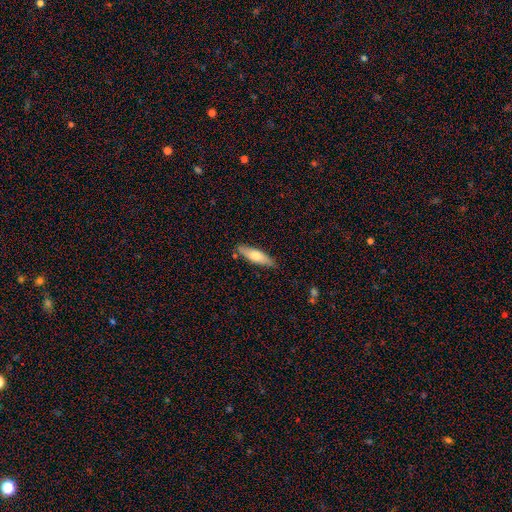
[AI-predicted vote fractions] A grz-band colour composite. It shows a smooth galaxy with no disk features (64%) that is cigar-shaped (60%). Merging: none (83%).